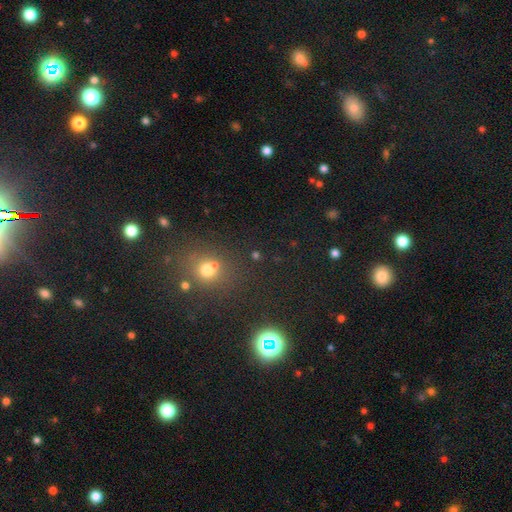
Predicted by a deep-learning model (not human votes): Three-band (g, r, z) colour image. It shows a smooth galaxy with no disk features (47%). Merging: none (69%).